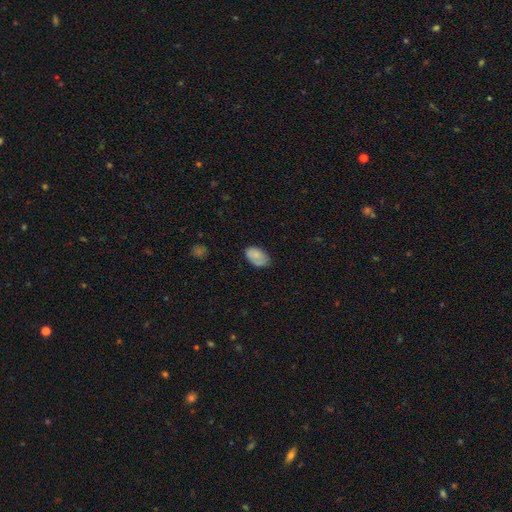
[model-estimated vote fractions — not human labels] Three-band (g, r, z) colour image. It shows a smooth galaxy with no disk features (80%) that is in between round and cigar-shaped (92%). Merging: none (67%).